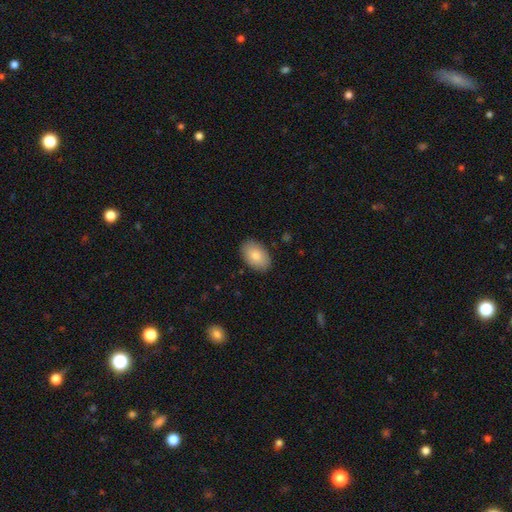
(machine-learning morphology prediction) The model was most divided on "smooth or featured": smooth: 84%, featured or disk: 10%, star or artifact: 6%. More confident: how rounded — in between (91%); merging — none (88%).